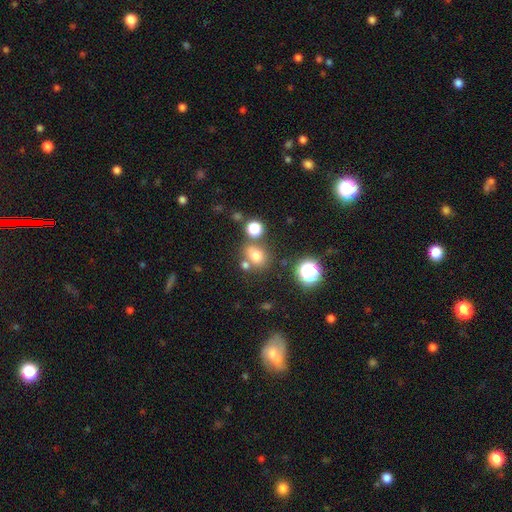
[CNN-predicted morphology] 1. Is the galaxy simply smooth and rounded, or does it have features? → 71% smooth, 19% star or artifact, 10% featured or disk.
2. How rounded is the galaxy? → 60% round, 38% in between, 1% cigar-shaped.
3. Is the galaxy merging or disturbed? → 64% none, 18% merger, 13% minor disturbance, 5% major disturbance.